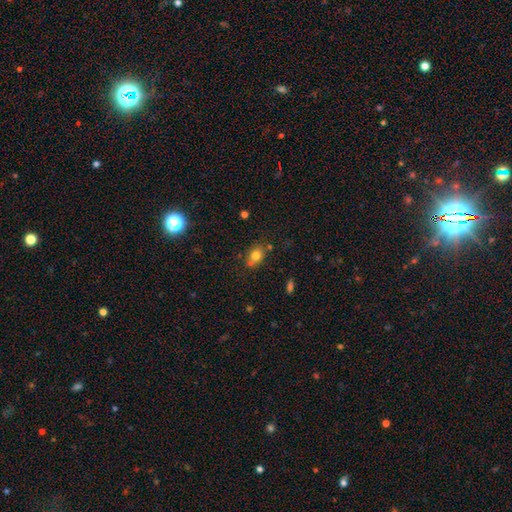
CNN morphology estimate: Smooth or featured: smooth — 76% (star or artifact — 13%)
How rounded: round — 51% (in between — 48%)
Merging: none — 63% (merger — 17%)